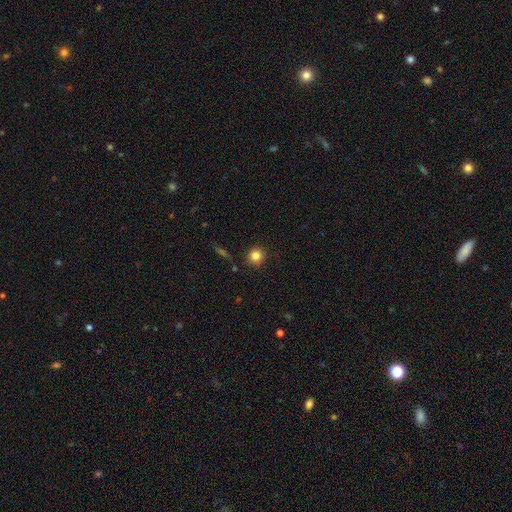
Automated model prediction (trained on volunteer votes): A smooth galaxy with no disk features (83%) that is round (92%).

Vote fractions:
- Smooth or featured? smooth: 83% / star or artifact: 11% / featured or disk: 6%
- How rounded? round: 92% / in between: 7% / cigar-shaped: 1%
- Merging? none: 88% / minor disturbance: 8% / major disturbance: 2% / merger: 2%